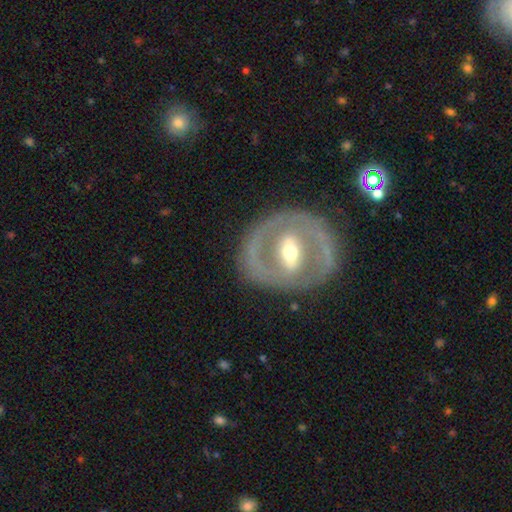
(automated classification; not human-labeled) The model was most divided on "bar": strong: 41%, weak: 34%, no: 25%. More confident: edge-on disk — no (94%); merging — none (77%); smooth or featured — featured or disk (75%); bulge size — moderate (65%); spiral arms — no (59%).